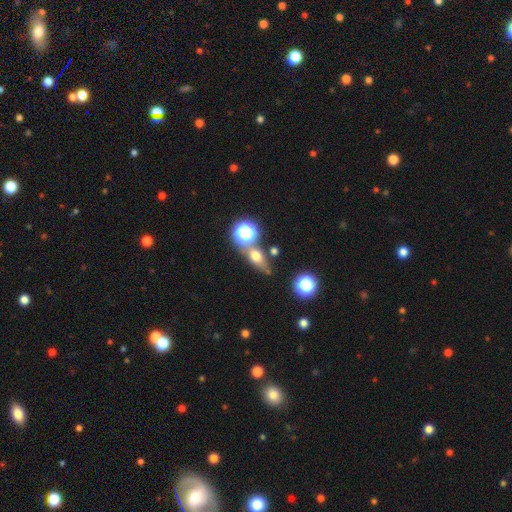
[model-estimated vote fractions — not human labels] smooth_or_featured: smooth (p=0.60) [alt: star or artifact p=0.21]
how_rounded: in between (p=0.52) [alt: round p=0.38]
merging: none (p=0.59) [alt: merger p=0.21]